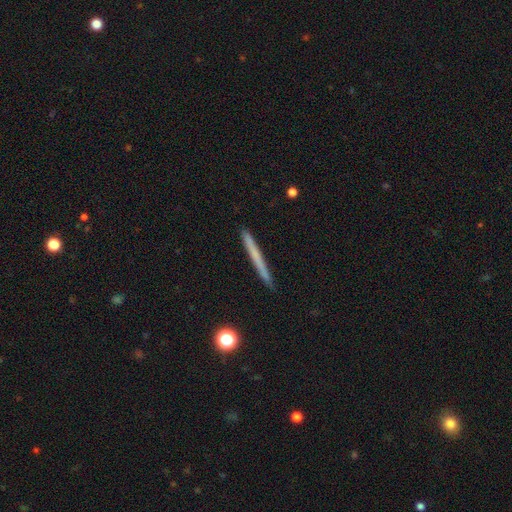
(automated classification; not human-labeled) Smooth or featured? Predicted: smooth (p=0.56). How rounded? Predicted: cigar-shaped (p=0.97). Merging? Predicted: none (p=0.91).